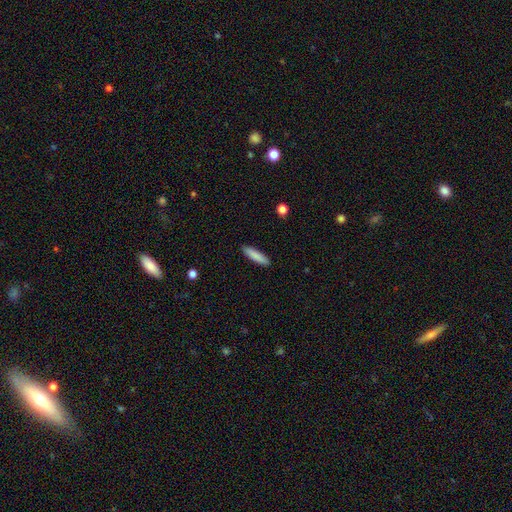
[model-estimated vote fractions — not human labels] smooth_or_featured: smooth (p=0.87) [alt: featured or disk p=0.07]
how_rounded: cigar-shaped (p=0.80) [alt: in between p=0.19]
merging: none (p=0.90) [alt: minor disturbance p=0.07]